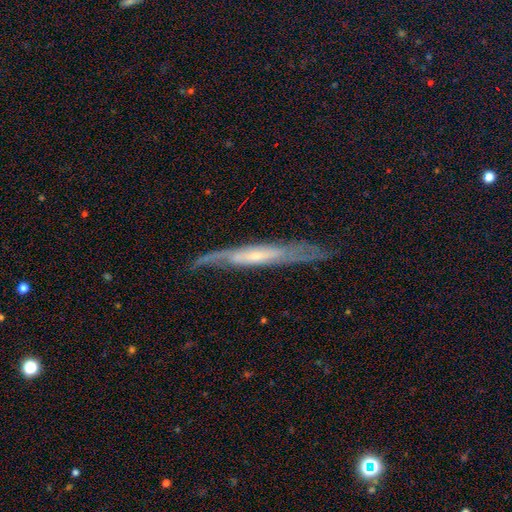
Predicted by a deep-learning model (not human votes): The model was most divided on "edge-on disk": yes: 66%, no: 34%. More confident: smooth or featured — featured or disk (75%); merging — none (70%).